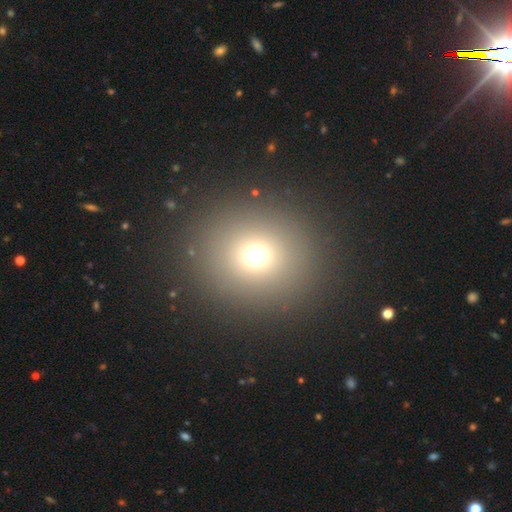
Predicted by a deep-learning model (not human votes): Smooth or featured? Predicted: smooth (p=0.68). How rounded? Predicted: round (p=0.85). Merging? Predicted: none (p=0.88).